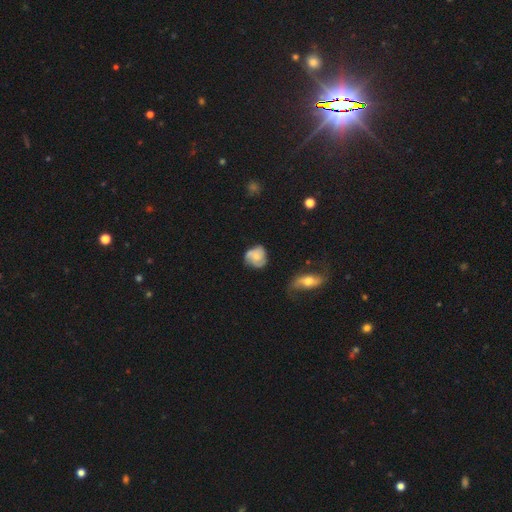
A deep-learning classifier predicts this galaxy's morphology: Smooth or featured?
  - featured or disk: 47% *
  - smooth: 45%
  - star or artifact: 7%
Merging?
  - none: 56% *
  - minor disturbance: 29%
  - major disturbance: 10%
  - merger: 4%